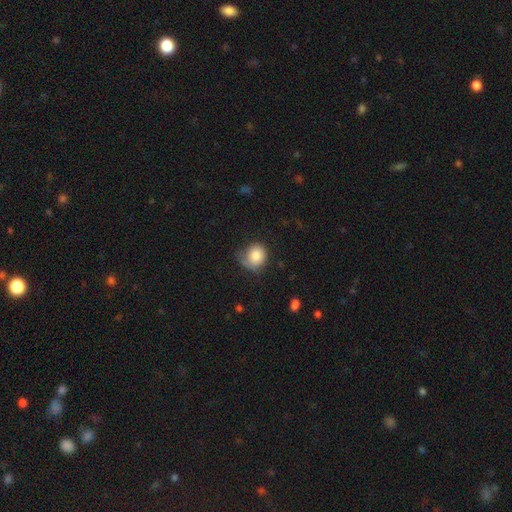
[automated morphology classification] Smooth or featured? Predicted: smooth (p=0.78). How rounded? Predicted: round (p=0.77). Merging? Predicted: none (p=0.45).